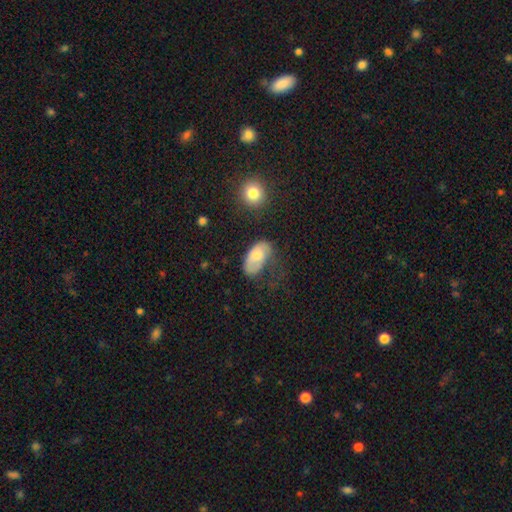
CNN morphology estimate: Smooth or featured: smooth — 68% (featured or disk — 25%)
How rounded: in between — 92% (round — 5%)
Merging: major disturbance — 33% (none — 32%)